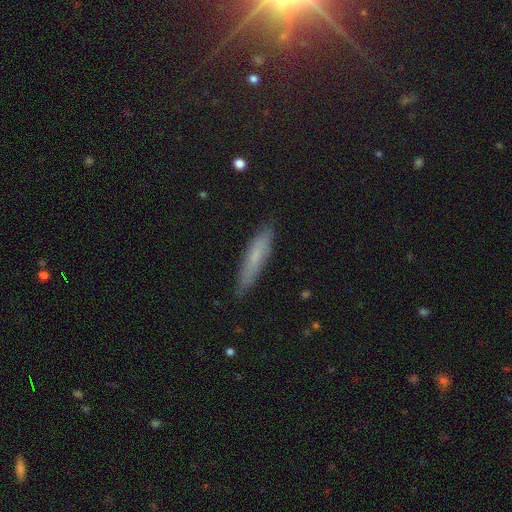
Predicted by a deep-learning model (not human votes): Smooth or featured? Predicted: smooth (p=0.66). How rounded? Predicted: cigar-shaped (p=0.86). Merging? Predicted: none (p=0.85).